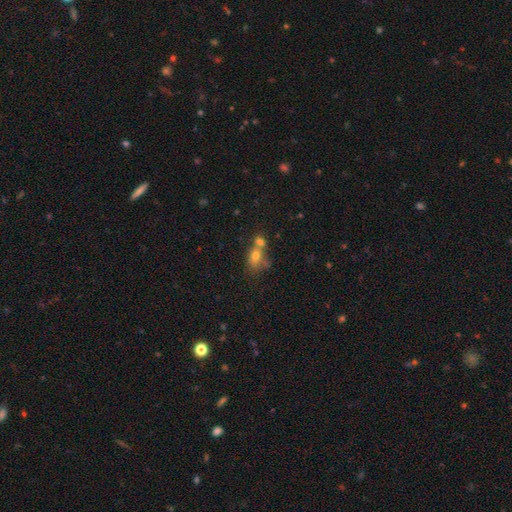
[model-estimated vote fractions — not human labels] A smooth galaxy with no disk features (70%) that is in between round and cigar-shaped (57%).

Vote fractions:
- Smooth or featured? smooth: 70% / featured or disk: 16% / star or artifact: 14%
- How rounded? in between: 57% / round: 41% / cigar-shaped: 2%
- Merging? merger: 52% / none: 31% / minor disturbance: 11% / major disturbance: 6%